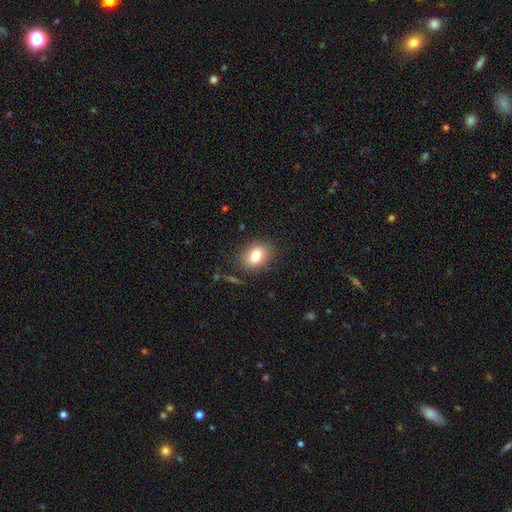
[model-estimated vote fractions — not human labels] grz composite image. It shows a smooth galaxy with no disk features (81%) that is in between round and cigar-shaped (69%). Merging: none (82%).